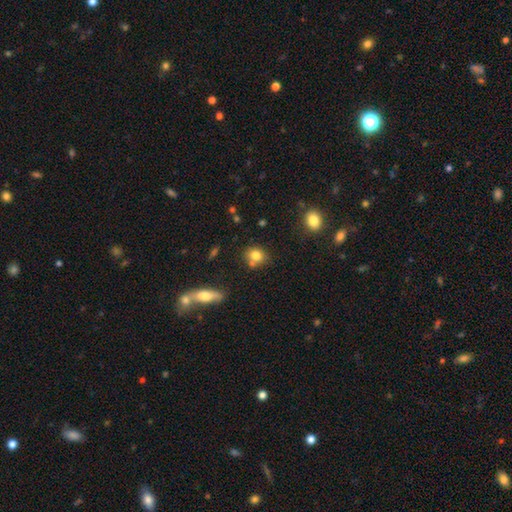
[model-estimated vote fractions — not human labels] Smooth or featured? Predicted: smooth (p=0.79). How rounded? Predicted: round (p=0.68). Merging? Predicted: none (p=0.63).